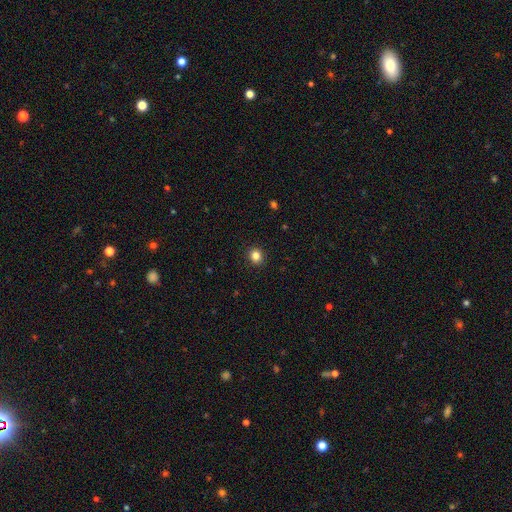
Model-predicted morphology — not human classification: Smooth or featured? smooth (83%)
How rounded? round (83%)
Merging? none (92%)